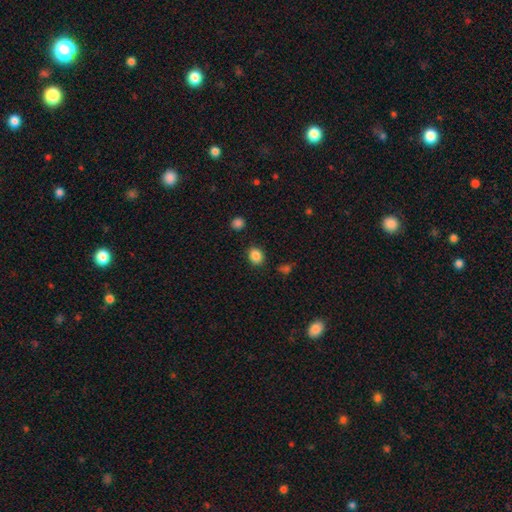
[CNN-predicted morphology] The model was most divided on "how rounded": round: 59%, in between: 40%, cigar-shaped: 1%. More confident: merging — none (87%); smooth or featured — smooth (86%).